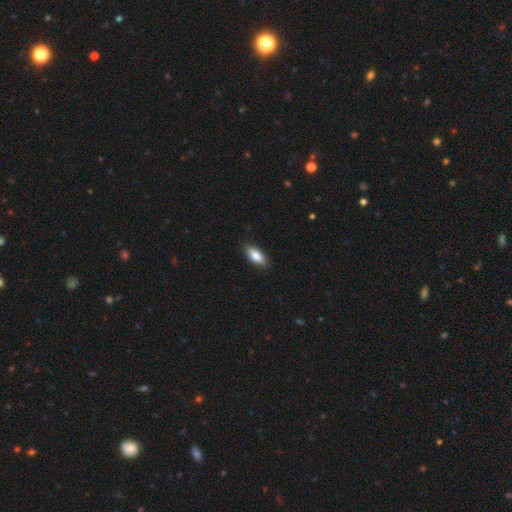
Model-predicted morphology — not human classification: smooth-or-featured: smooth: 81% | featured or disk: 13% | star or artifact: 6%
  how-rounded: in between: 83% | cigar-shaped: 14% | round: 3%
  merging: none: 88% | minor disturbance: 10% | major disturbance: 2% | merger: 1%